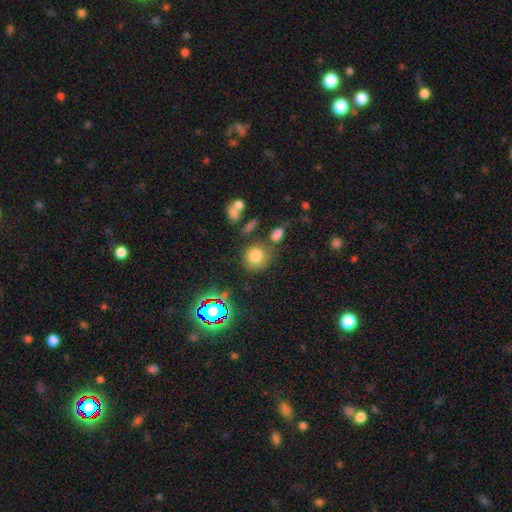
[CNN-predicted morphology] Q: Smooth or featured?
A: smooth (75%); runner-up: star or artifact (16%)
Q: How rounded?
A: round (82%); runner-up: in between (17%)
Q: Merging?
A: none (68%); runner-up: minor disturbance (15%)